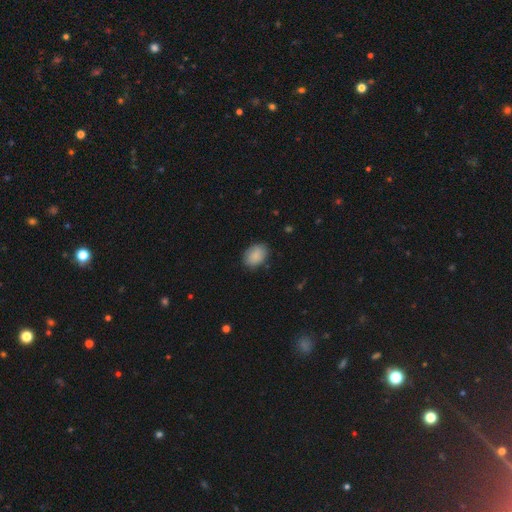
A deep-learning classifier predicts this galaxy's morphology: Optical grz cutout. It shows a smooth galaxy with no disk features (88%) that is in between round and cigar-shaped (75%). Merging: none (82%).